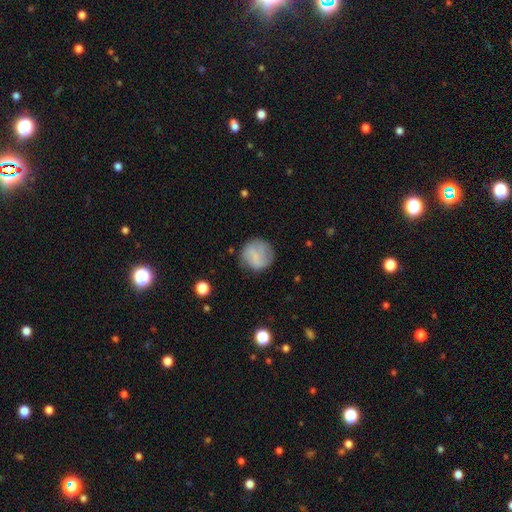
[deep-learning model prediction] This appears to be a smooth galaxy with no disk features (69%) that is round (89%). Merging: none (72%).